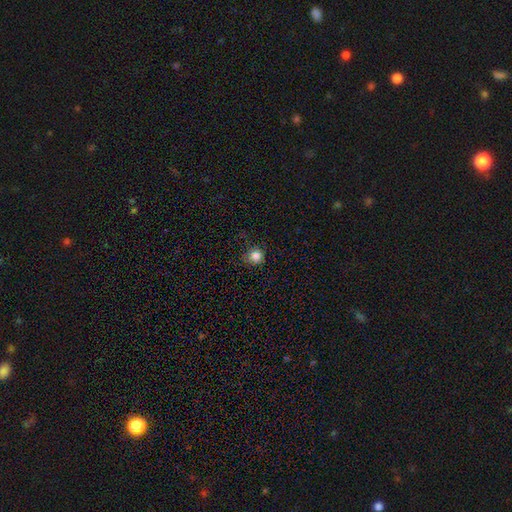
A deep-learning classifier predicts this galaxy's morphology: smooth 82%, star or artifact 13%, featured or disk 5%. Down the decision tree: how rounded — round (87%); merging — none (77%).